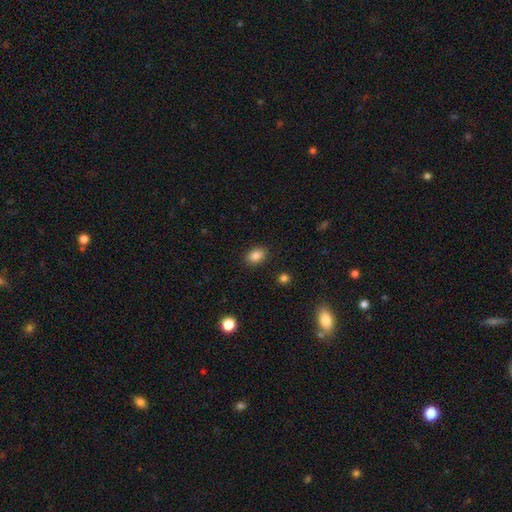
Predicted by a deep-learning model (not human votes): Smooth or featured? Predicted: smooth (p=0.85). How rounded? Predicted: in between (p=0.79). Merging? Predicted: none (p=0.88).